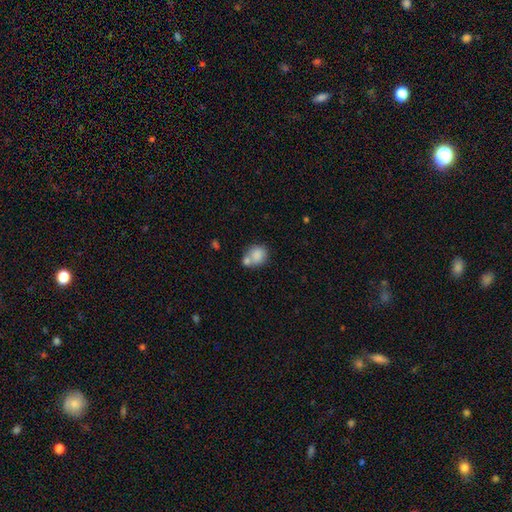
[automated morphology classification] A smooth galaxy with no disk features (81%) that is round (70%). Merging: merger (44%).